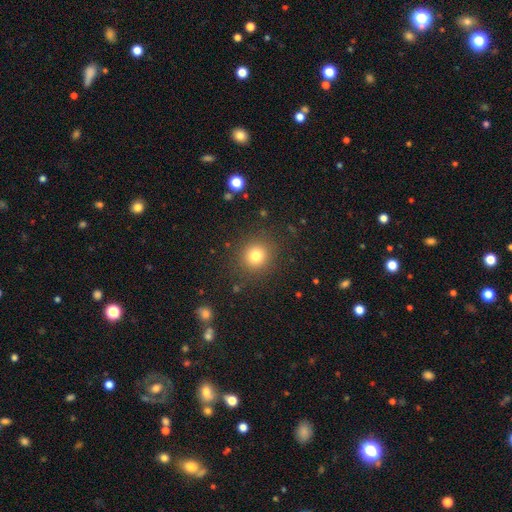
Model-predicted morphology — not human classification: smooth 79%, star or artifact 14%, featured or disk 7%. Down the decision tree: how rounded — round (88%); merging — none (88%).